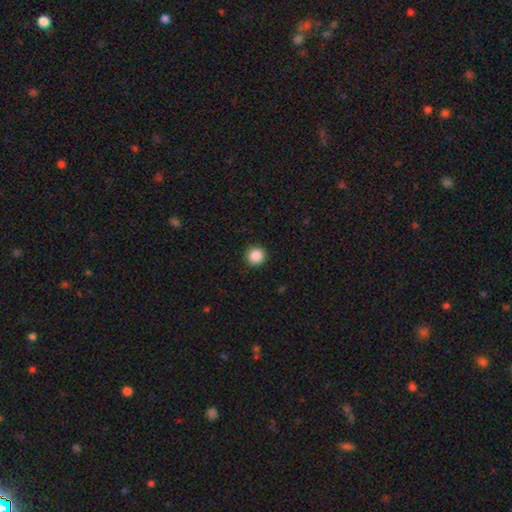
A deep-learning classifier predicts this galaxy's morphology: Q: Smooth or featured?
A: smooth (88%); runner-up: star or artifact (9%)
Q: How rounded?
A: round (94%); runner-up: in between (5%)
Q: Merging?
A: none (92%); runner-up: minor disturbance (5%)